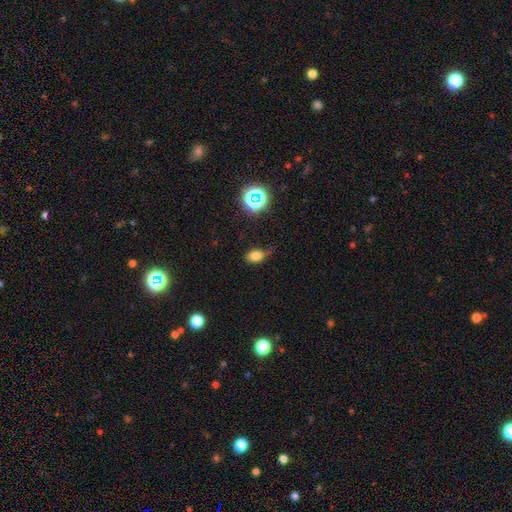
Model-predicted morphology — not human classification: Smooth or featured? Predicted: smooth (p=0.75). How rounded? Predicted: in between (p=0.79). Merging? Predicted: none (p=0.61).